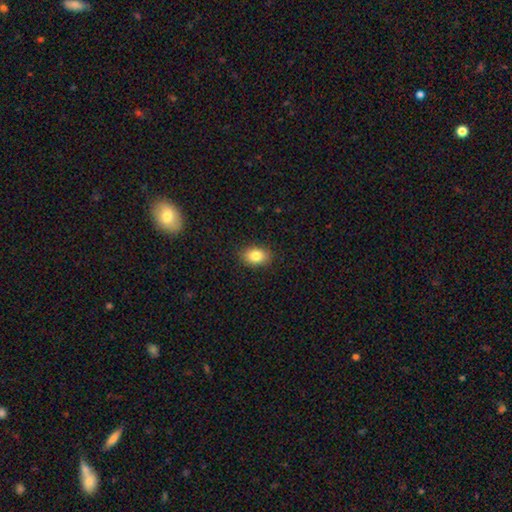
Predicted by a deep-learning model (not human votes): A smooth galaxy with no disk features (83%) that is in between round and cigar-shaped (80%). Merging: none (88%).